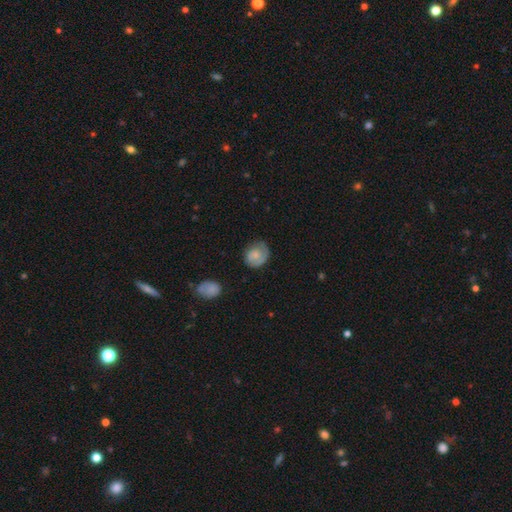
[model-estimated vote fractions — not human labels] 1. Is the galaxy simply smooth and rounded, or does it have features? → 63% smooth, 30% featured or disk, 7% star or artifact.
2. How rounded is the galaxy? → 65% round, 34% in between, 1% cigar-shaped.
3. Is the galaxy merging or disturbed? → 60% none, 27% minor disturbance, 11% major disturbance, 2% merger.